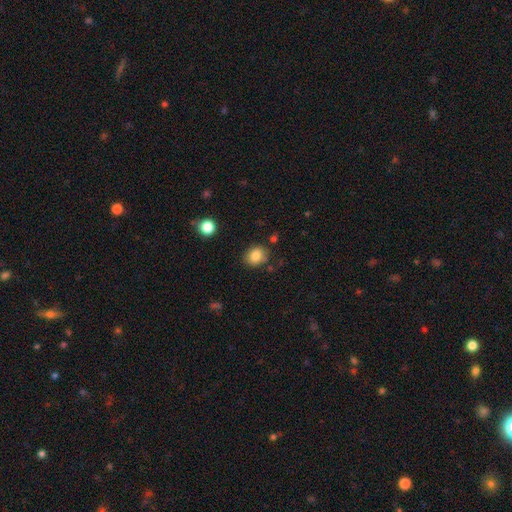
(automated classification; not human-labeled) Morphology: type=smooth (84%); roundness=round (59%); merging=none (80%).